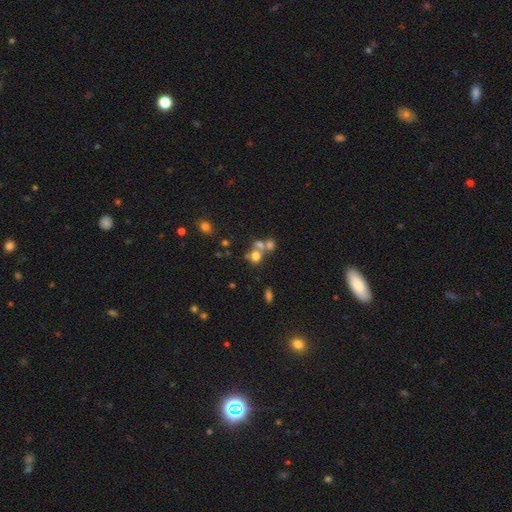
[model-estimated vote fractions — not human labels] A smooth galaxy with no disk features (63%) that is round (75%).

Vote fractions:
- Smooth or featured? smooth: 63% / featured or disk: 19% / star or artifact: 18%
- How rounded? round: 75% / in between: 24% / cigar-shaped: 1%
- Merging? merger: 50% / none: 37% / minor disturbance: 8% / major disturbance: 5%